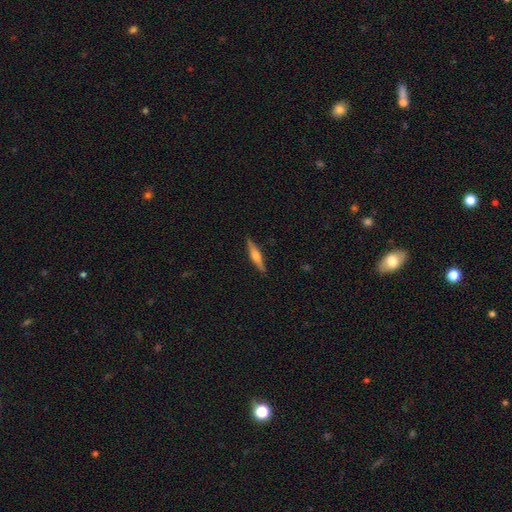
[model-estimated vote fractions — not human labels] This appears to be a featured or disk galaxy (61%) viewed edge-on (97%) with a rounded central bulge (80%). Merging: none (90%).